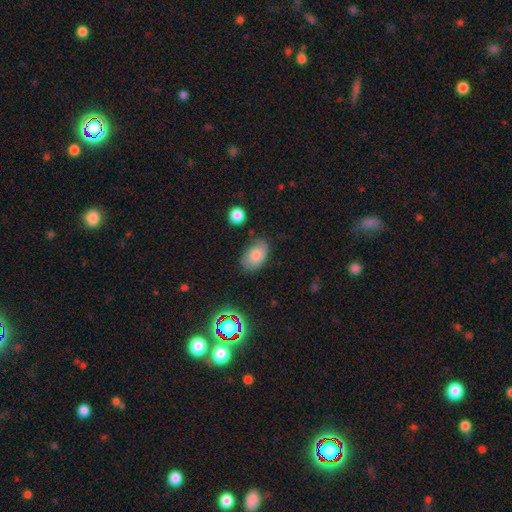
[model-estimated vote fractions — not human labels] This is likely a smooth galaxy (76%). How rounded: clearly in between (88%). Merging: likely none (65%).